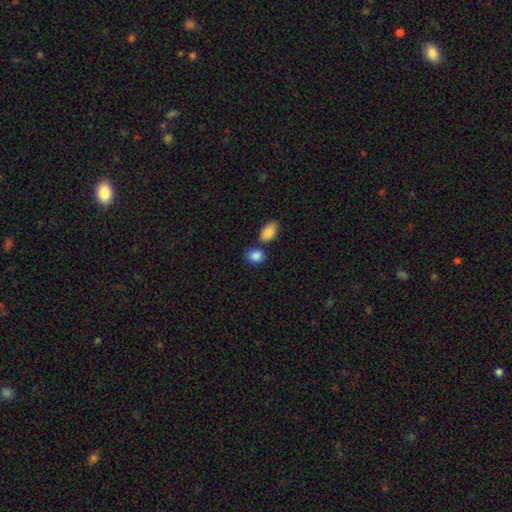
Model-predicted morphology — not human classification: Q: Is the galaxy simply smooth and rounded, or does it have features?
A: smooth — 87%.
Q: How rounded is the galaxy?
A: in between — 72%.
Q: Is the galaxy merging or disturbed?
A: none — 59%.